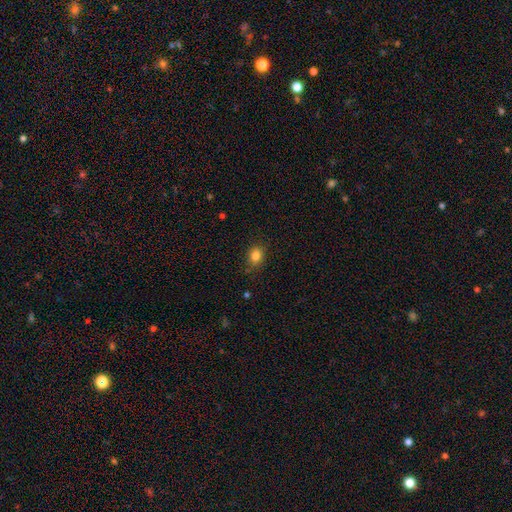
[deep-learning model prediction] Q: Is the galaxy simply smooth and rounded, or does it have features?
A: smooth — 84%.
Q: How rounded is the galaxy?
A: in between — 52%.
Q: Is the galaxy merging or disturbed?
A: none — 84%.